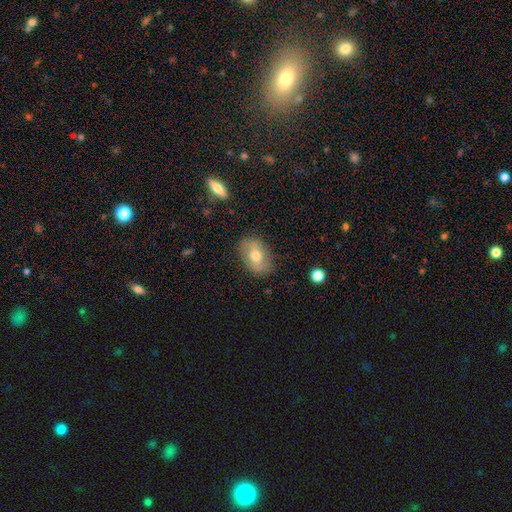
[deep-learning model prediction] Smooth or featured? Predicted: smooth (p=0.64). How rounded? Predicted: in between (p=0.83). Merging? Predicted: none (p=0.81).